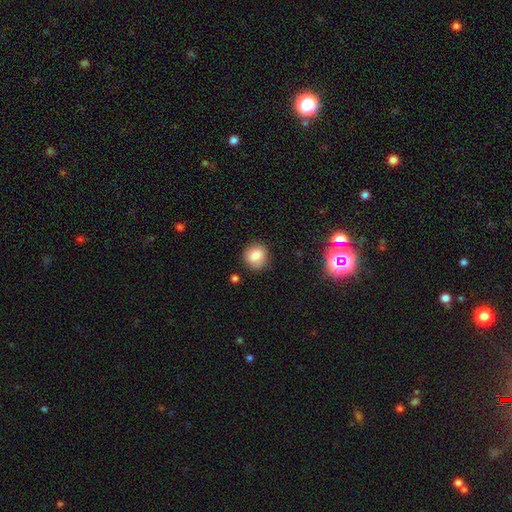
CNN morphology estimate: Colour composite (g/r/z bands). It shows a smooth galaxy with no disk features (83%) that is round (87%). Merging: none (85%).